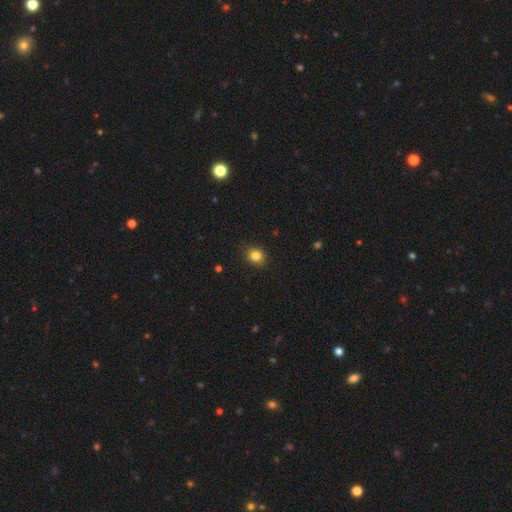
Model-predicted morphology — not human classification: smooth_or_featured: smooth (p=0.83) [alt: star or artifact p=0.11]
how_rounded: round (p=0.67) [alt: in between p=0.32]
merging: none (p=0.88) [alt: minor disturbance p=0.09]